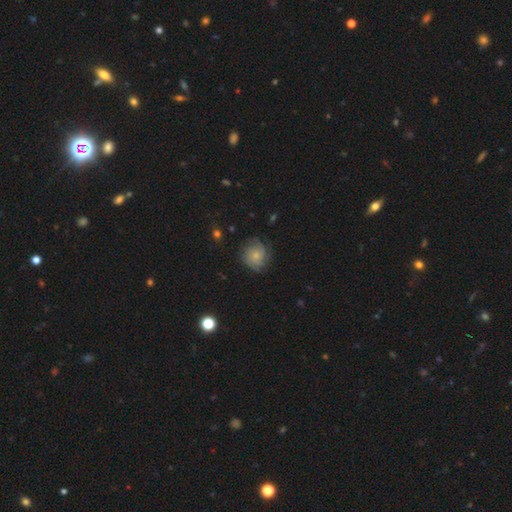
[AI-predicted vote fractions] This appears to be a featured or disk galaxy (54%) with no bar (83%), spiral arms (90%) and a small central bulge (66%). Merging: none (74%).